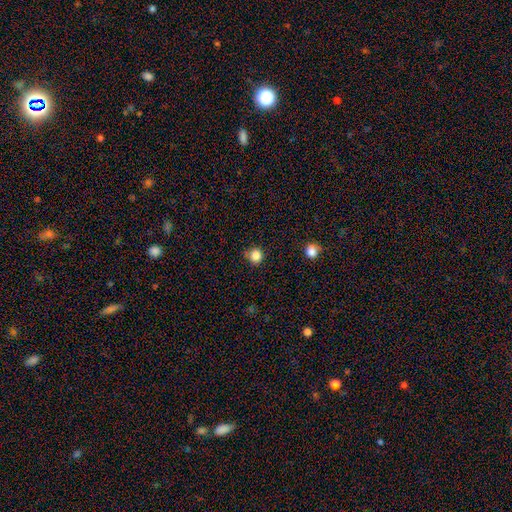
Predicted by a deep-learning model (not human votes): smooth-or-featured: smooth: 84% | star or artifact: 12% | featured or disk: 3%
  how-rounded: round: 94% | in between: 5% | cigar-shaped: 1%
  merging: none: 83% | minor disturbance: 12% | major disturbance: 3% | merger: 2%